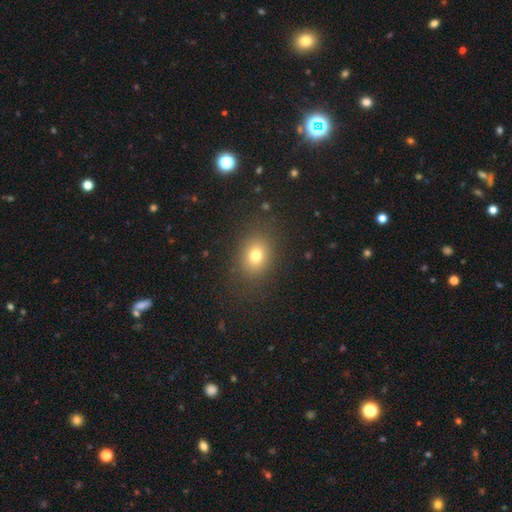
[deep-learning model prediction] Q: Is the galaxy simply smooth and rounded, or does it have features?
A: smooth — 76%.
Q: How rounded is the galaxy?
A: round — 50%.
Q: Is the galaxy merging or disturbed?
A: none — 84%.